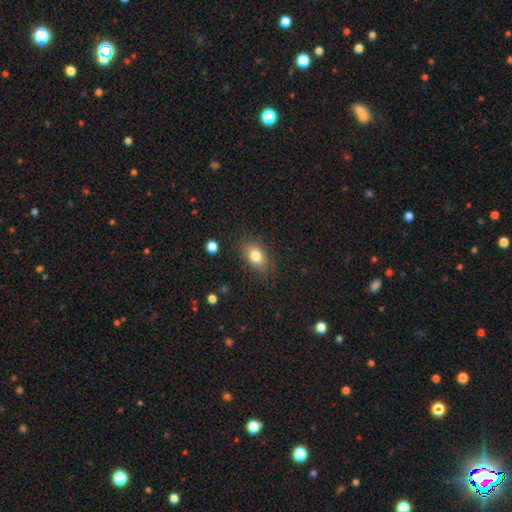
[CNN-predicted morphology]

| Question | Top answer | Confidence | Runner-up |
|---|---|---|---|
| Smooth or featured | smooth | 81% | featured or disk (10%) |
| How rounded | in between | 78% | round (20%) |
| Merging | none | 80% | minor disturbance (15%) |